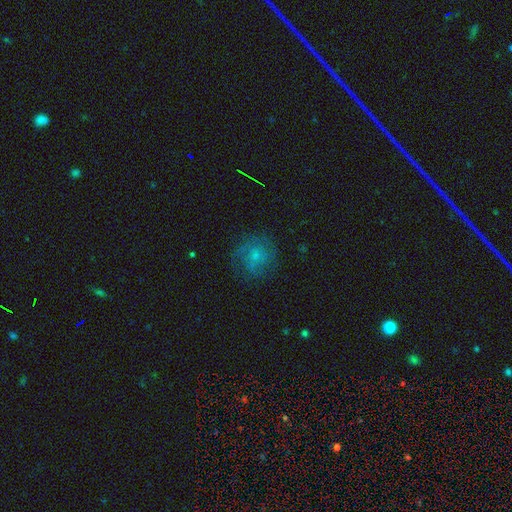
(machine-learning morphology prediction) Smooth or featured? smooth (48%)
Merging? none (69%)